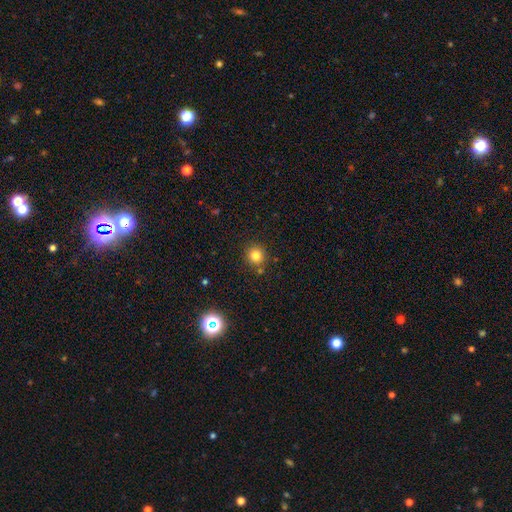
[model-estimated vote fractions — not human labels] smooth_or_featured: smooth (p=0.80) [alt: star or artifact p=0.14]
how_rounded: round (p=0.92) [alt: in between p=0.07]
merging: none (p=0.83) [alt: minor disturbance p=0.08]